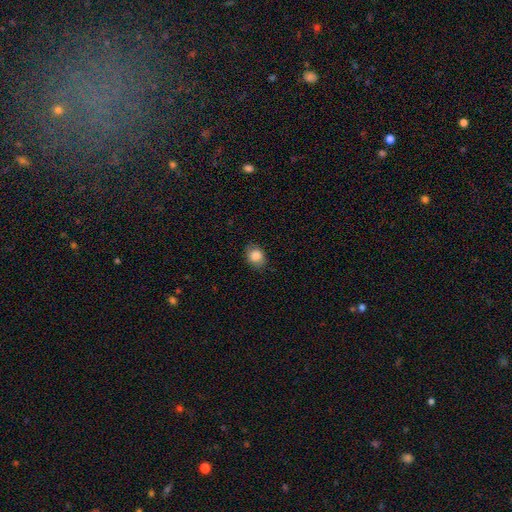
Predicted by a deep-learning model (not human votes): Overall: smooth (84%). How rounded: round (51%; in between 48%). Merging: none (83%).